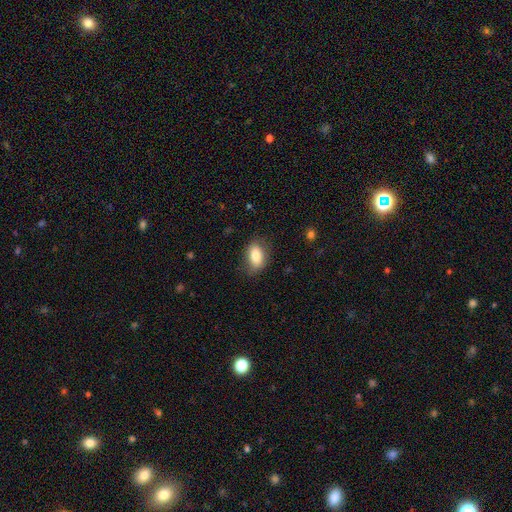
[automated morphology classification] Overall: smooth (79%). How rounded: in between (84%). Merging: none (76%).